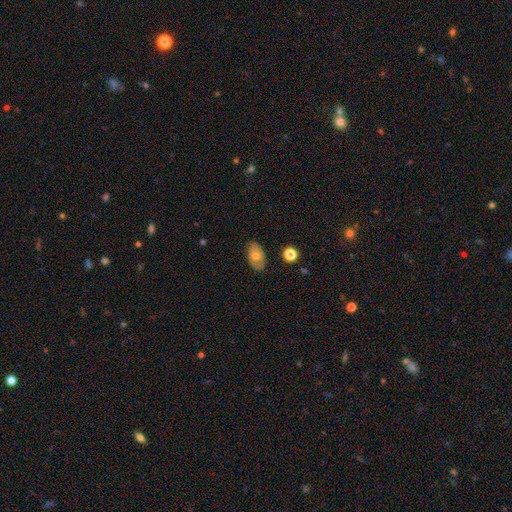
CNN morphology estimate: This appears to be a smooth galaxy with no disk features (63%) that is in between round and cigar-shaped (90%). Merging: none (82%).